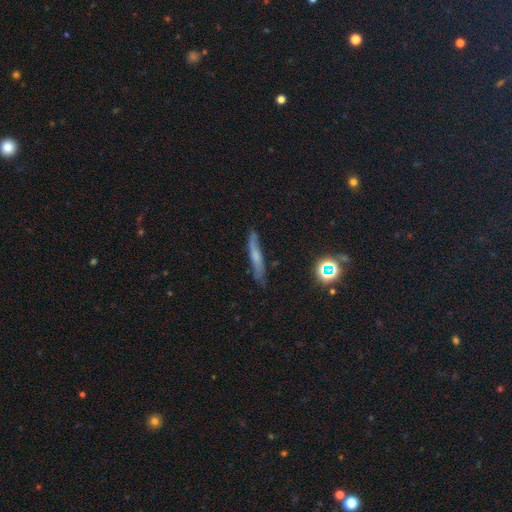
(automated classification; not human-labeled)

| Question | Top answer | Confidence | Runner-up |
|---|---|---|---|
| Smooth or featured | featured or disk | 45% | smooth (43%) |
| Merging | none | 79% | minor disturbance (16%) |